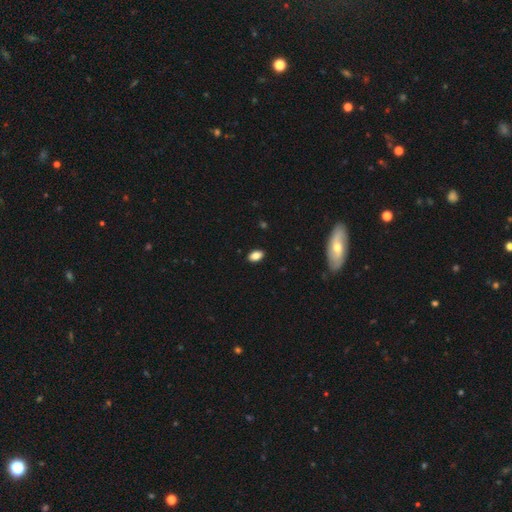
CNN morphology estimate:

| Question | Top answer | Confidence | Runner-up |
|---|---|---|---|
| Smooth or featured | smooth | 85% | star or artifact (9%) |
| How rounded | in between | 89% | round (9%) |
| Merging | none | 89% | minor disturbance (8%) |